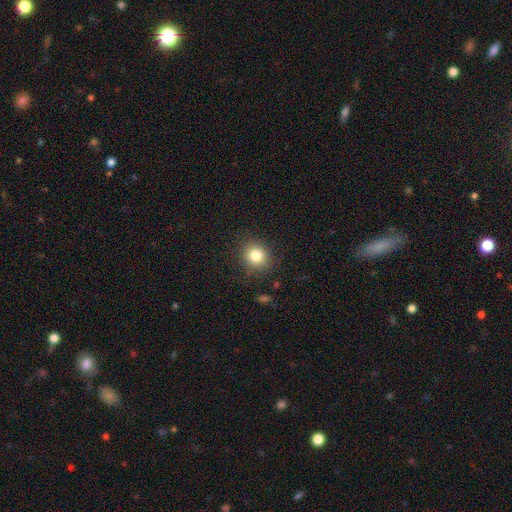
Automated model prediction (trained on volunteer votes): Smooth or featured: smooth — 82% (star or artifact — 11%)
How rounded: round — 84% (in between — 15%)
Merging: none — 86% (minor disturbance — 9%)